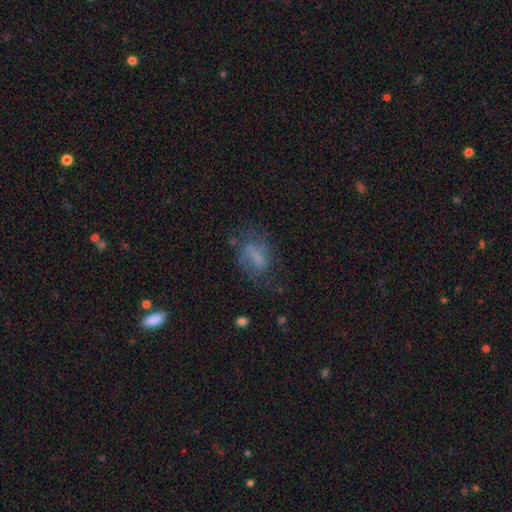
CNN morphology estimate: smooth 43% (tied), featured or disk 43% (tied), star or artifact 14%. Down the decision tree: merging — none (47%).